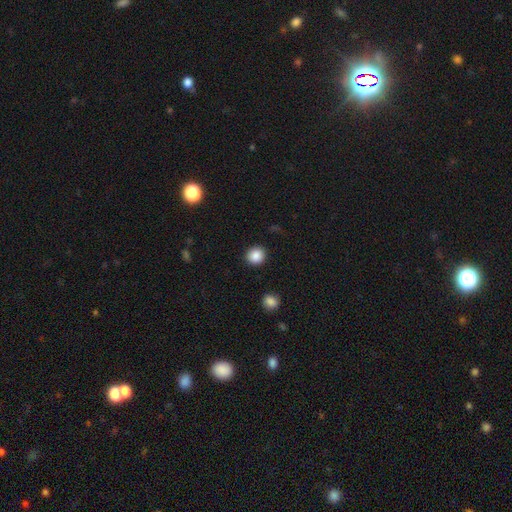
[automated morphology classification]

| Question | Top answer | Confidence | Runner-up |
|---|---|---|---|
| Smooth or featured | smooth | 87% | star or artifact (9%) |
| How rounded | round | 88% | in between (11%) |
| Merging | none | 91% | minor disturbance (6%) |